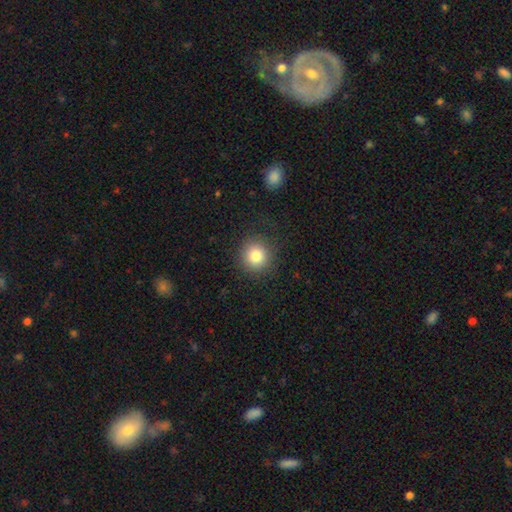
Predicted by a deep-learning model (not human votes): This appears to be a smooth galaxy with no disk features (81%) that is round (93%). Merging: none (87%).